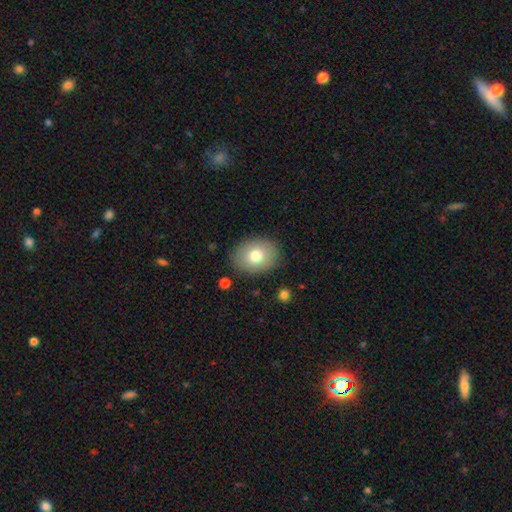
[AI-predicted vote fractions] Smooth or featured? smooth (76%)
How rounded? in between (62%)
Merging? none (85%)